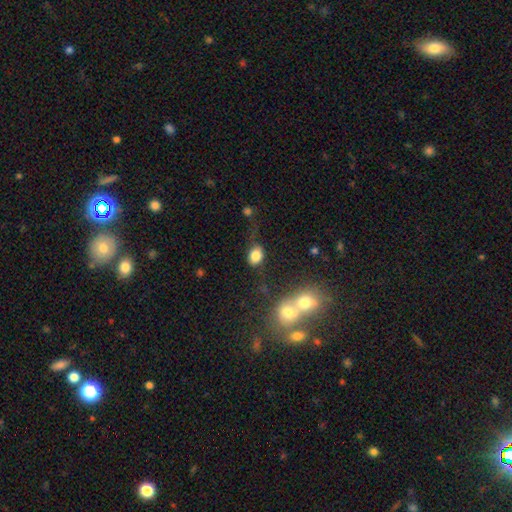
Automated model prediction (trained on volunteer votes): The model was most divided on "how rounded": in between: 65%, round: 33%, cigar-shaped: 1%. More confident: smooth or featured — smooth (82%); merging — none (57%).